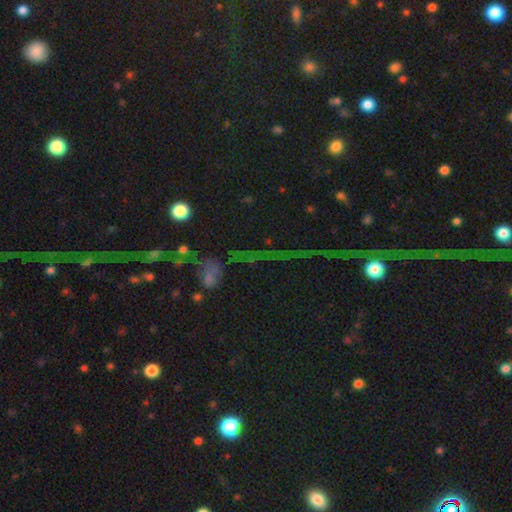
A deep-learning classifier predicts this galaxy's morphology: Smooth or featured? Predicted: star or artifact (p=0.73).